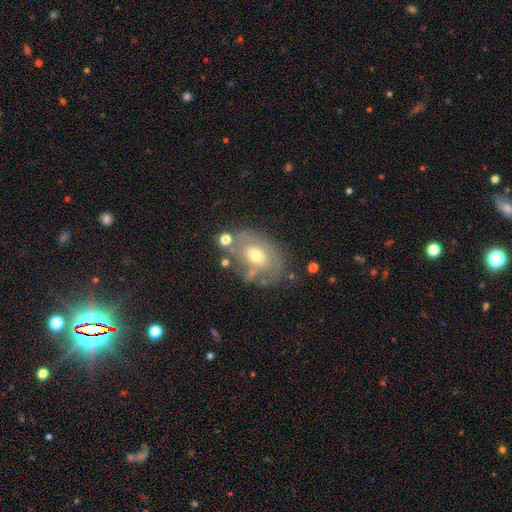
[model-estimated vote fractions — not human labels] This appears to be a featured or disk galaxy (59%) with no bar (75%), spiral arms (52%) and a moderate central bulge (65%). Merging: none (55%).